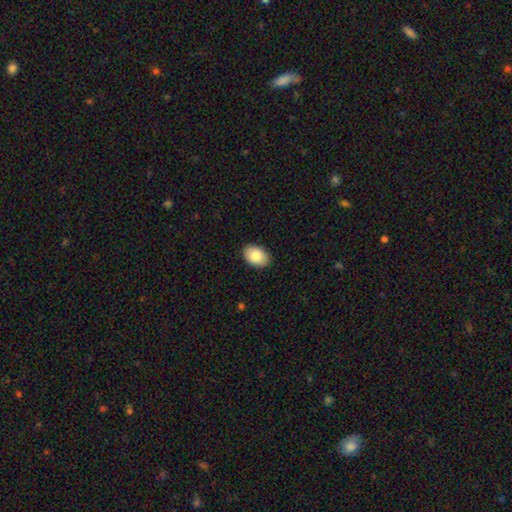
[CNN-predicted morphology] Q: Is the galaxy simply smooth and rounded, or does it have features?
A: smooth — 85%.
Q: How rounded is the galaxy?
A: in between — 86%.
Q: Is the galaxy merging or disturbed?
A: none — 90%.